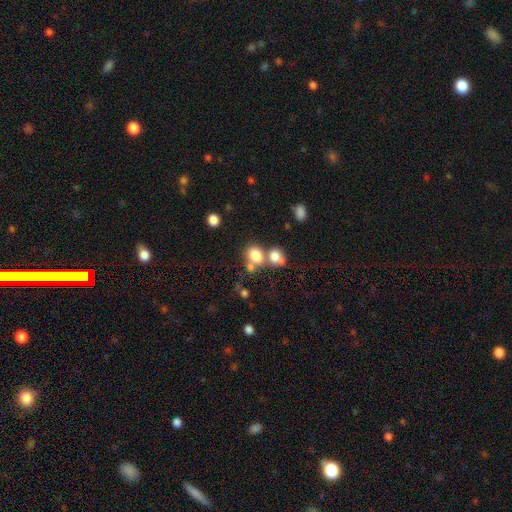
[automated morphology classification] Q: Smooth or featured?
A: smooth (79%); runner-up: star or artifact (11%)
Q: How rounded?
A: round (54%); runner-up: in between (45%)
Q: Merging?
A: merger (46%); runner-up: none (39%)